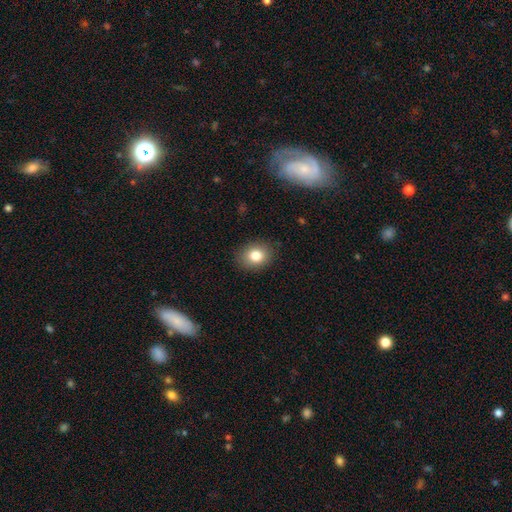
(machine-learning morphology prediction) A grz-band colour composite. It shows a smooth galaxy with no disk features (81%) that is round (51%). Merging: none (87%).